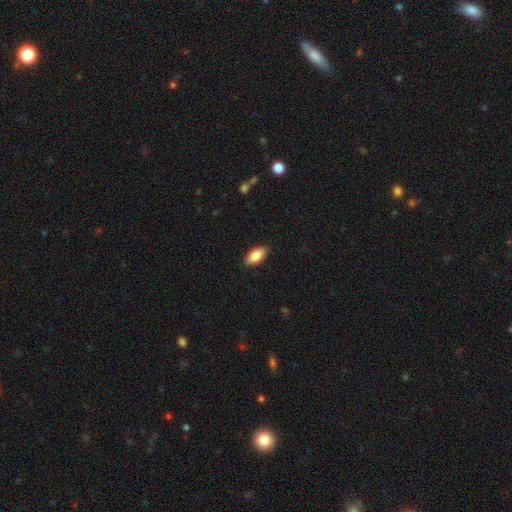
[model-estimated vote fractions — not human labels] A smooth galaxy with no disk features (84%) that is in between round and cigar-shaped (91%).

Vote fractions:
- Smooth or featured? smooth: 84% / featured or disk: 9% / star or artifact: 6%
- How rounded? in between: 91% / cigar-shaped: 7% / round: 3%
- Merging? none: 88% / minor disturbance: 9% / major disturbance: 2% / merger: 1%